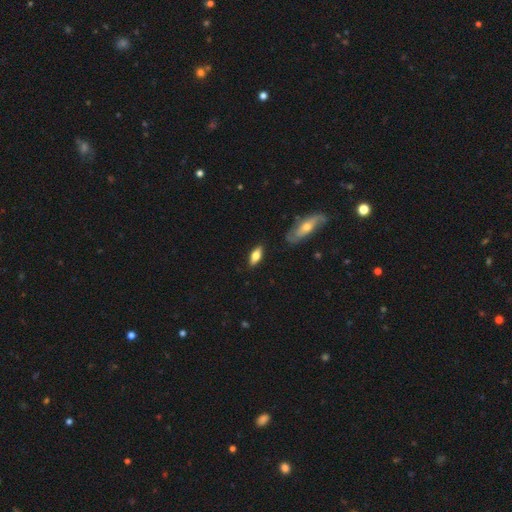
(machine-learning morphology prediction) A smooth galaxy with no disk features (69%) that is in between round and cigar-shaped (76%). Merging: none (84%).